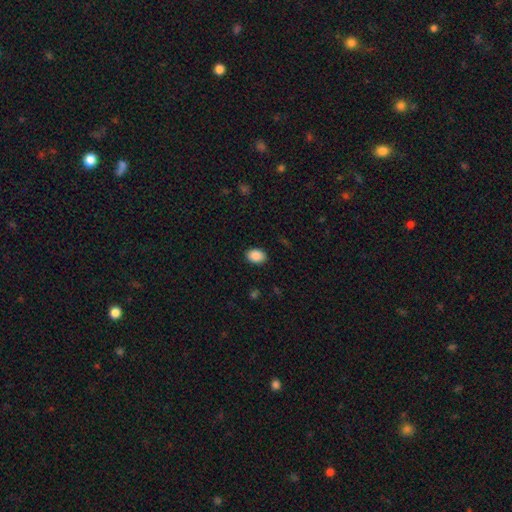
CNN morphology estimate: smooth_or_featured: smooth (p=0.89) [alt: star or artifact p=0.08]
how_rounded: in between (p=0.73) [alt: round p=0.26]
merging: none (p=0.89) [alt: minor disturbance p=0.07]